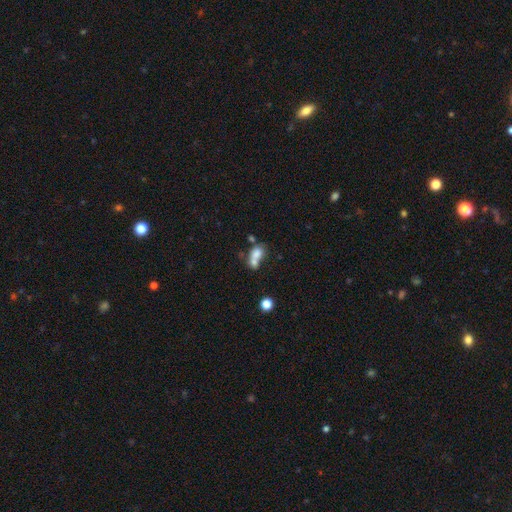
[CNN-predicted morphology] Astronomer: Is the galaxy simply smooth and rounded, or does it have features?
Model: smooth — 72%.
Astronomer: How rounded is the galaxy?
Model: in between — 64%.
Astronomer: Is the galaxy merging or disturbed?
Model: merger — 63%.